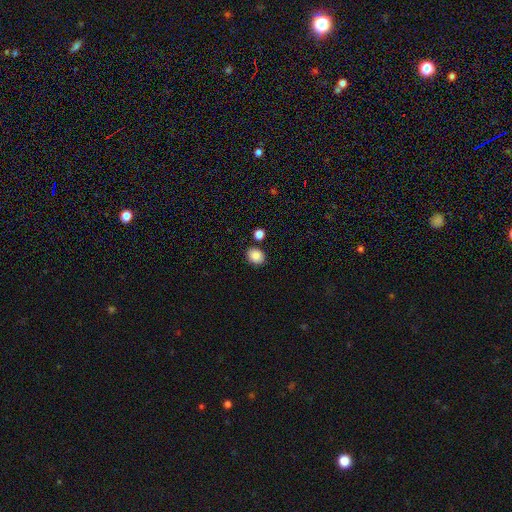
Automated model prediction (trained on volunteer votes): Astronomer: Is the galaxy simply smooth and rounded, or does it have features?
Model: smooth — 87%.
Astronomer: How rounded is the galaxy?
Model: round — 54% (runner-up: in between, 46%).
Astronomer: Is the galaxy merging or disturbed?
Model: none — 84%.